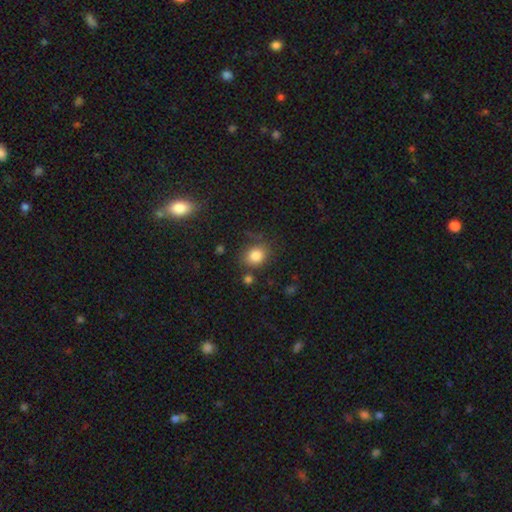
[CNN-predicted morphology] The model was most divided on "how rounded": round: 63%, in between: 36%, cigar-shaped: 1%. More confident: smooth or featured — smooth (82%); merging — none (74%).